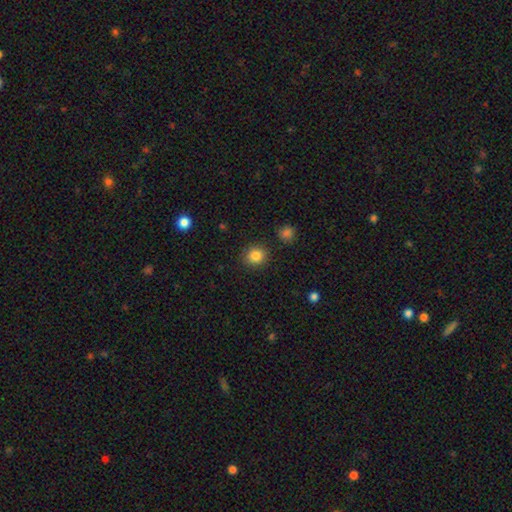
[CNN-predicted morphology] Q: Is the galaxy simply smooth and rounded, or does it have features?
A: smooth — 85%.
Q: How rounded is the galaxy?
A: round — 83%.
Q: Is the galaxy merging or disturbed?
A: none — 89%.